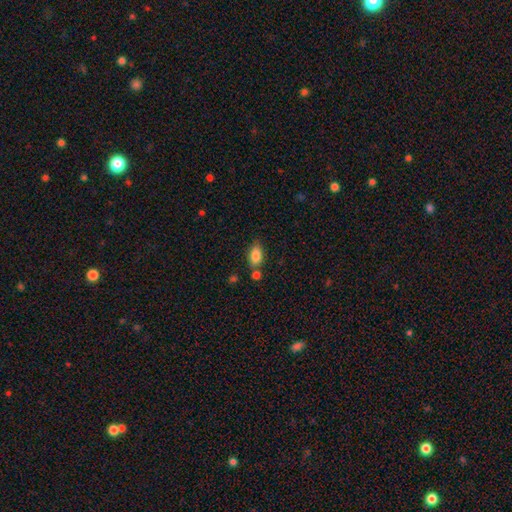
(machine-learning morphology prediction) The model was most divided on "merging": none: 68%, minor disturbance: 15%, merger: 14%, major disturbance: 4%. More confident: how rounded — in between (89%); smooth or featured — smooth (84%).